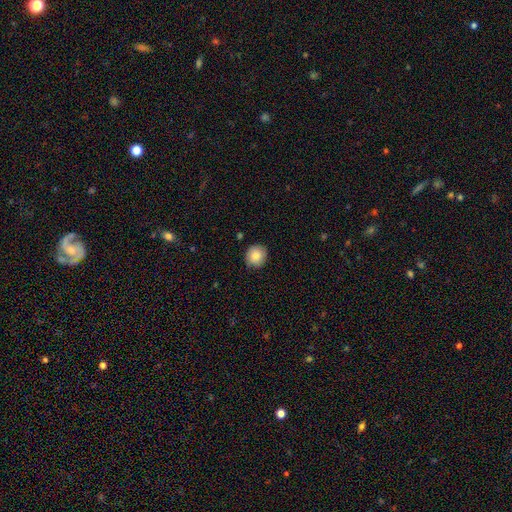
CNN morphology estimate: A smooth galaxy with no disk features (84%) that is round (89%).

Vote fractions:
- Smooth or featured? smooth: 84% / star or artifact: 8% / featured or disk: 7%
- How rounded? round: 89% / in between: 10% / cigar-shaped: 1%
- Merging? none: 86% / minor disturbance: 11% / major disturbance: 2% / merger: 1%